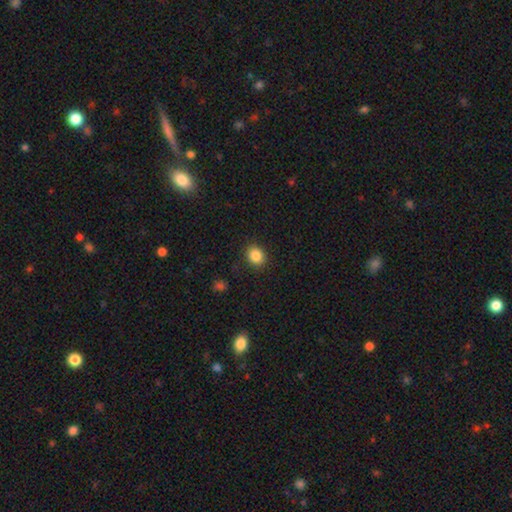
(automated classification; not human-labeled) smooth_or_featured: smooth (p=0.86) [alt: star or artifact p=0.10]
how_rounded: round (p=0.62) [alt: in between p=0.37]
merging: none (p=0.89) [alt: minor disturbance p=0.08]